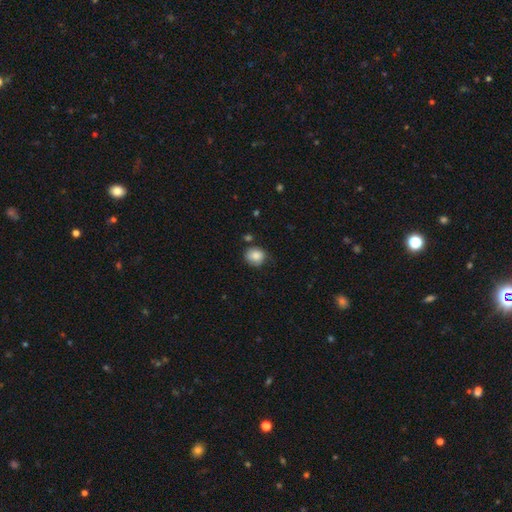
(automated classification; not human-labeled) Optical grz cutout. It shows a smooth galaxy with no disk features (84%) that is round (75%). Merging: none (66%).